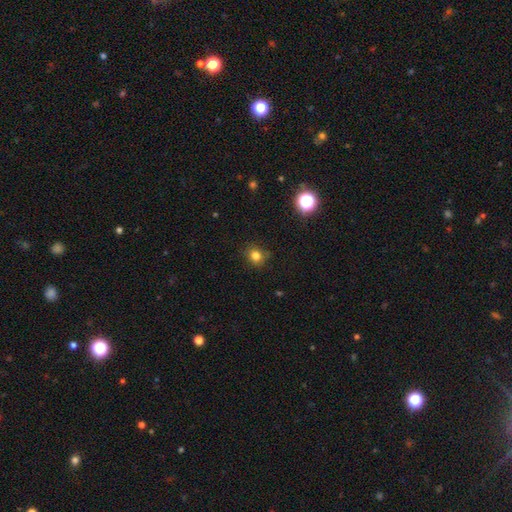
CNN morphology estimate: This appears to be a smooth galaxy with no disk features (80%) that is round (82%). Merging: none (82%).